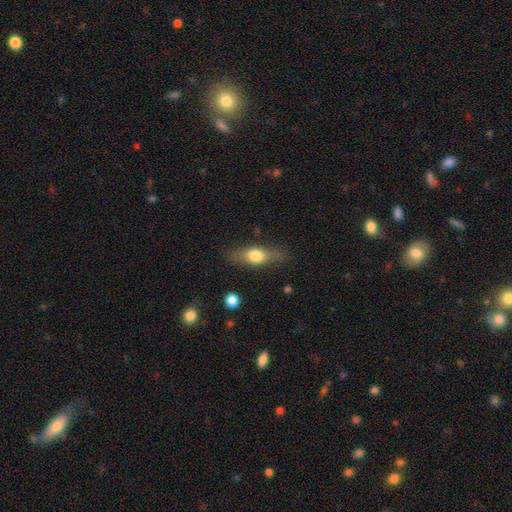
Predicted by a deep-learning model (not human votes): This is likely a smooth galaxy (62%). How rounded: possibly in between (59%). Merging: likely none (78%).